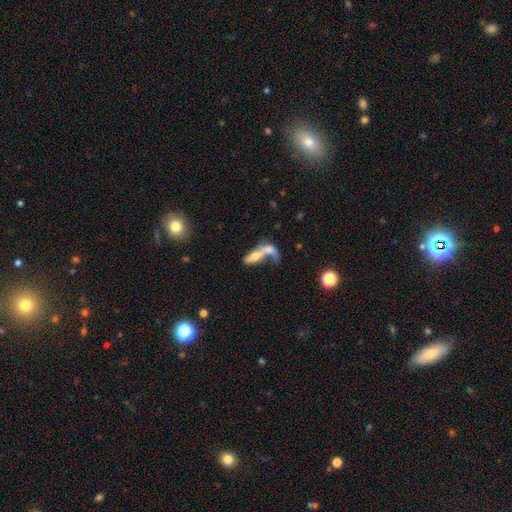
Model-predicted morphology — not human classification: This is possibly a smooth galaxy (48%). Merging: likely merger (69%).